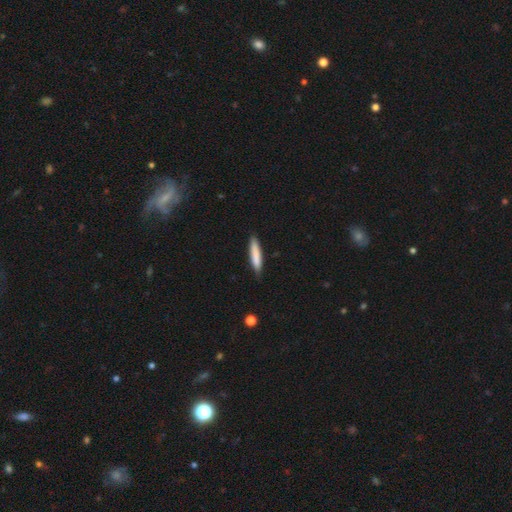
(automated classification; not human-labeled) Smooth or featured?
  - smooth: 82% *
  - featured or disk: 12%
  - star or artifact: 6%
How rounded?
  - cigar-shaped: 89% *
  - in between: 10%
  - round: 1%
Merging?
  - none: 84% *
  - minor disturbance: 13%
  - major disturbance: 2%
  - merger: 1%